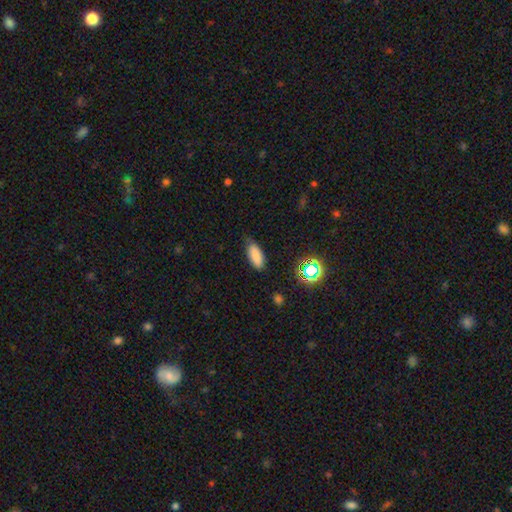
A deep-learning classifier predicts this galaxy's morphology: Smooth or featured: smooth — 82% (star or artifact — 12%)
How rounded: in between — 83% (cigar-shaped — 14%)
Merging: none — 76% (minor disturbance — 19%)